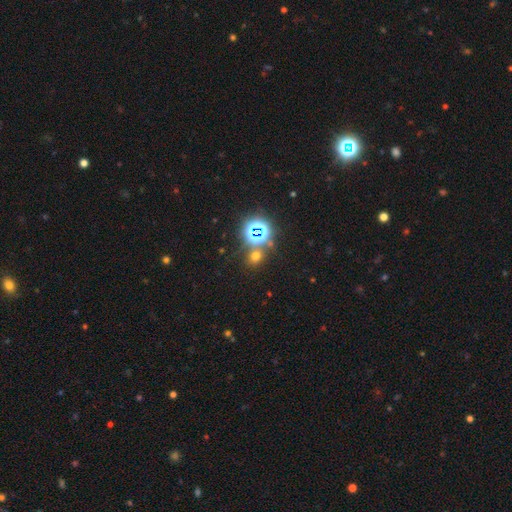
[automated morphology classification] Smooth or featured: smooth — 50% (star or artifact — 43%)
Merging: none — 74% (merger — 13%)